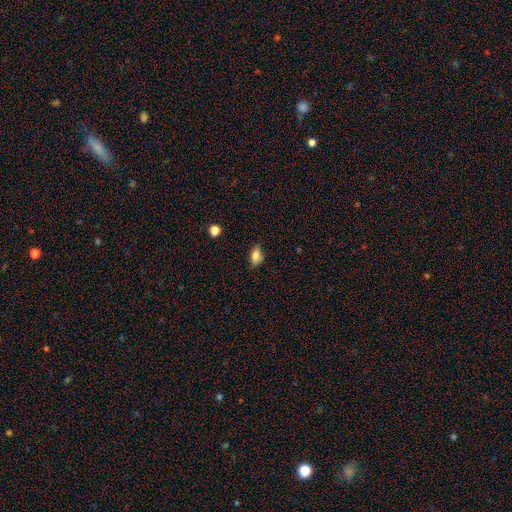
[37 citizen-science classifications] This is clearly a smooth galaxy (95%). How rounded: clearly in between (86%). Merging: possibly none (46%).